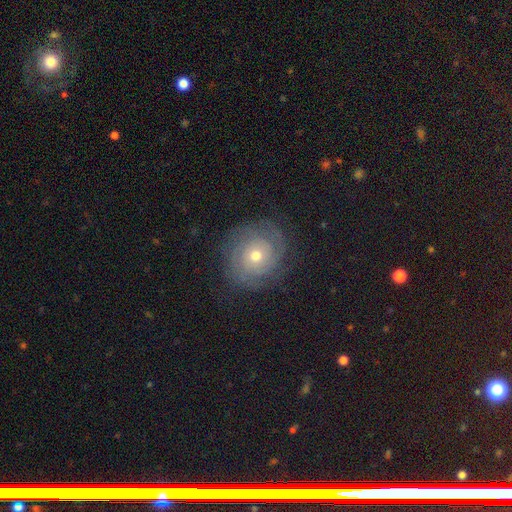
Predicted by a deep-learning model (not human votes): smooth_or_featured: featured or disk (p=0.67) [alt: smooth p=0.19]
disk_edge_on: no (p=0.97) [alt: yes p=0.03]
bar: no (p=0.84) [alt: weak p=0.13]
has_spiral_arms: yes (p=0.88) [alt: no p=0.12]
spiral_winding: tight (p=0.76) [alt: medium p=0.18]
spiral_arm_count: can't tell (p=0.38) [alt: 2 p=0.30]
bulge_size: moderate (p=0.56) [alt: small p=0.39]
merging: none (p=0.81) [alt: minor disturbance p=0.12]